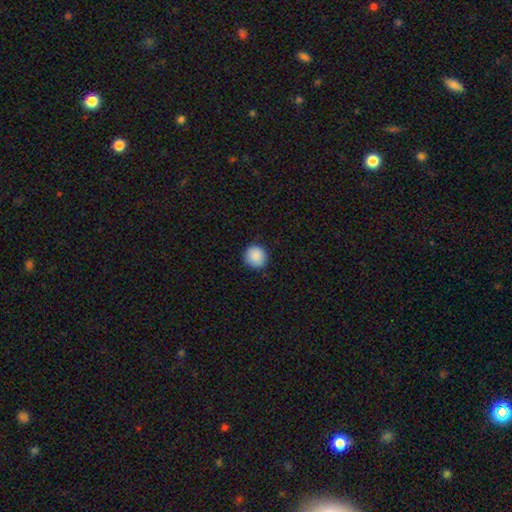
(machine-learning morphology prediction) A smooth galaxy with no disk features (89%) that is round (91%).

Vote fractions:
- Smooth or featured? smooth: 89% / star or artifact: 8% / featured or disk: 3%
- How rounded? round: 91% / in between: 8% / cigar-shaped: 1%
- Merging? none: 89% / minor disturbance: 8% / major disturbance: 2% / merger: 1%